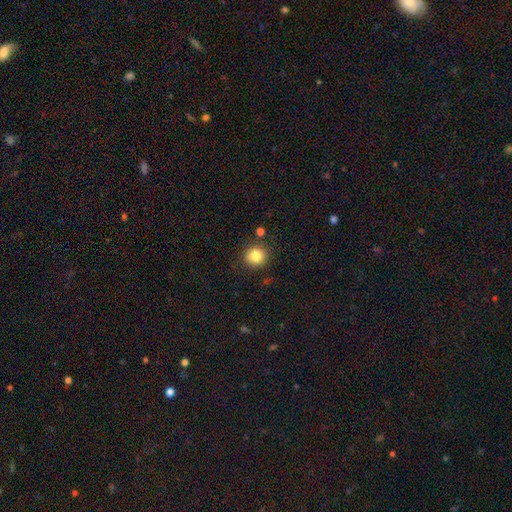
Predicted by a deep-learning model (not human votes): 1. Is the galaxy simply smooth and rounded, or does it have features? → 84% smooth, 10% star or artifact, 6% featured or disk.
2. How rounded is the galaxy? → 91% round, 8% in between, 1% cigar-shaped.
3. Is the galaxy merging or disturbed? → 87% none, 8% minor disturbance, 3% merger, 2% major disturbance.